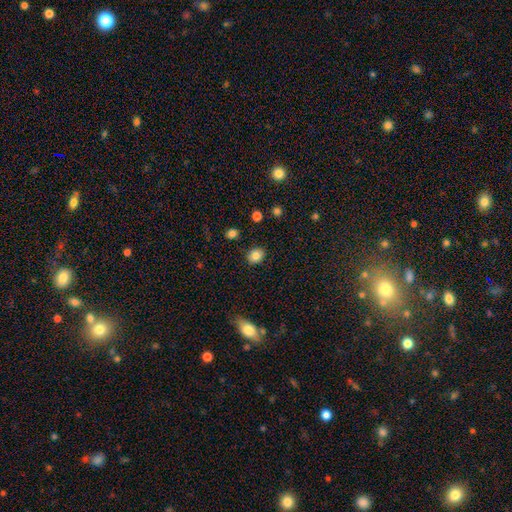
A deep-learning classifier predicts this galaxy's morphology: Q: Smooth or featured?
A: smooth (83%); runner-up: star or artifact (10%)
Q: How rounded?
A: round (50%); runner-up: in between (49%)
Q: Merging?
A: none (87%); runner-up: minor disturbance (9%)